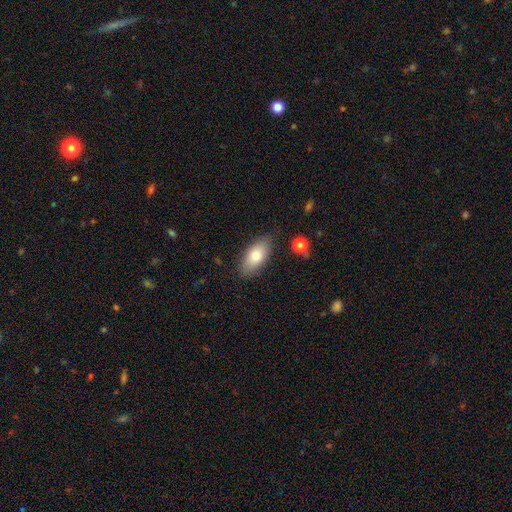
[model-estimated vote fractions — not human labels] Smooth or featured? smooth (77%)
How rounded? in between (88%)
Merging? none (82%)